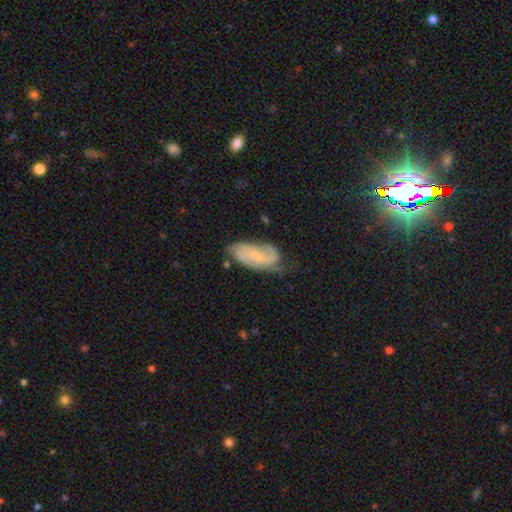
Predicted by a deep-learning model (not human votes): smooth_or_featured: featured or disk (p=0.66) [alt: smooth p=0.27]
disk_edge_on: no (p=0.95) [alt: yes p=0.05]
bar: no (p=0.45) [alt: weak p=0.43]
has_spiral_arms: yes (p=0.91) [alt: no p=0.09]
spiral_winding: medium (p=0.43) [alt: tight p=0.35]
spiral_arm_count: 2 (p=0.64) [alt: can't tell p=0.18]
bulge_size: small (p=0.58) [alt: moderate p=0.26]
merging: none (p=0.55) [alt: minor disturbance p=0.30]